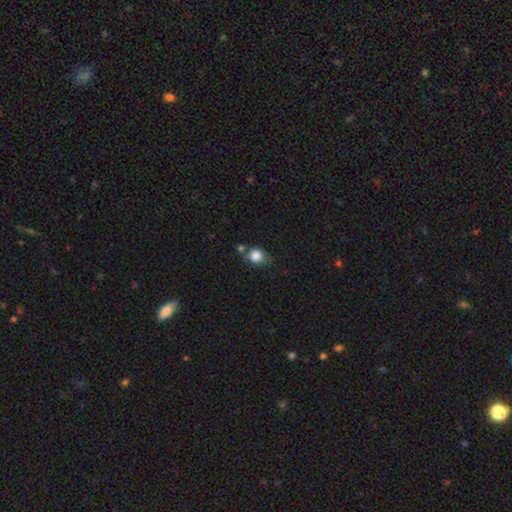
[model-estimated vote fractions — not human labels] A smooth galaxy with no disk features (84%) that is round (77%). Merging: none (60%).